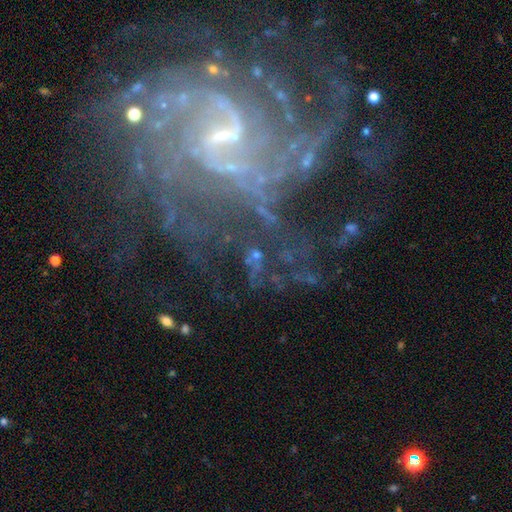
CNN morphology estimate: smooth-or-featured: star or artifact: 48% | featured or disk: 31% | smooth: 20%